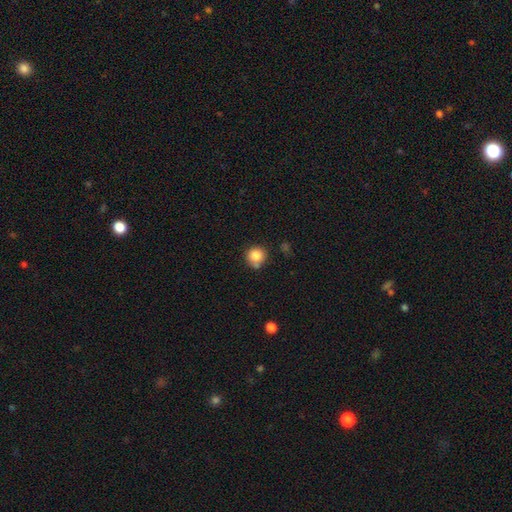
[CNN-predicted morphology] smooth_or_featured: smooth (p=0.84) [alt: star or artifact p=0.10]
how_rounded: round (p=0.91) [alt: in between p=0.08]
merging: none (p=0.71) [alt: minor disturbance p=0.16]